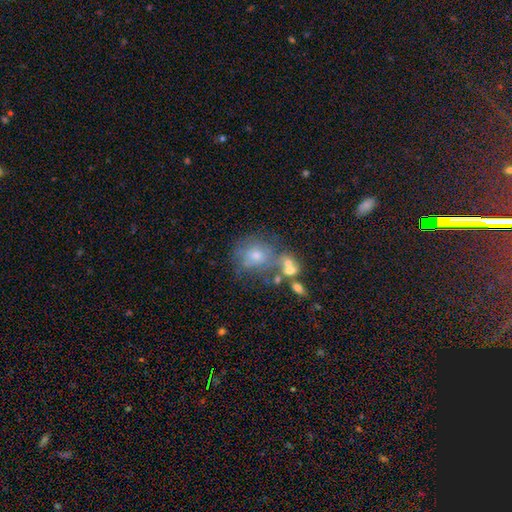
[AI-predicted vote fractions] Smooth or featured: smooth — 59% (featured or disk — 29%)
How rounded: round — 72% (in between — 27%)
Merging: none — 42% (merger — 25%)